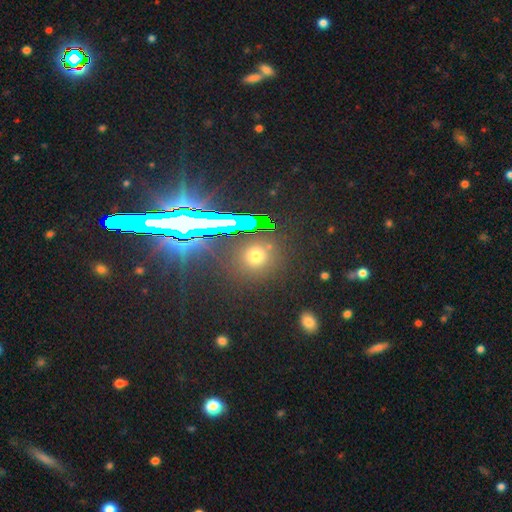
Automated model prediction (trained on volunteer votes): This is possibly a smooth galaxy (58%). How rounded: clearly round (85%). Merging: clearly none (83%).